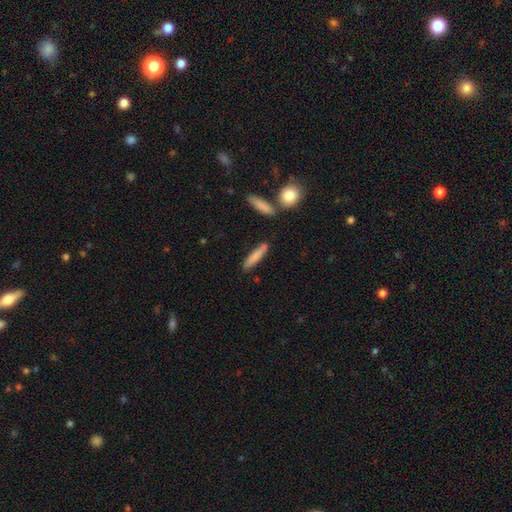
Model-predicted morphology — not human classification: The model was most divided on "smooth or featured": smooth: 79%, featured or disk: 15%, star or artifact: 6%. More confident: how rounded — cigar-shaped (85%); merging — none (78%).